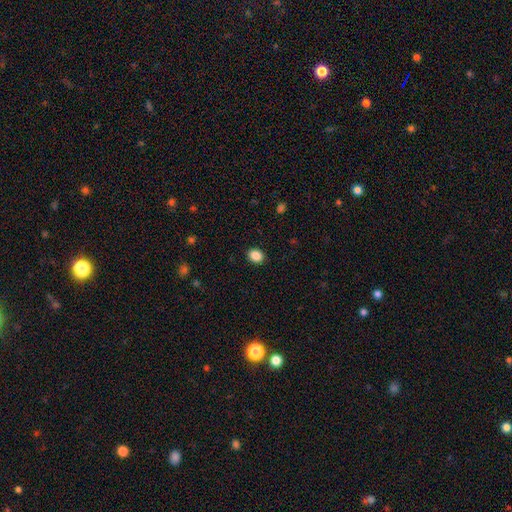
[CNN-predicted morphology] Overall: smooth (88%). How rounded: round (51%; in between 48%). Merging: none (91%).